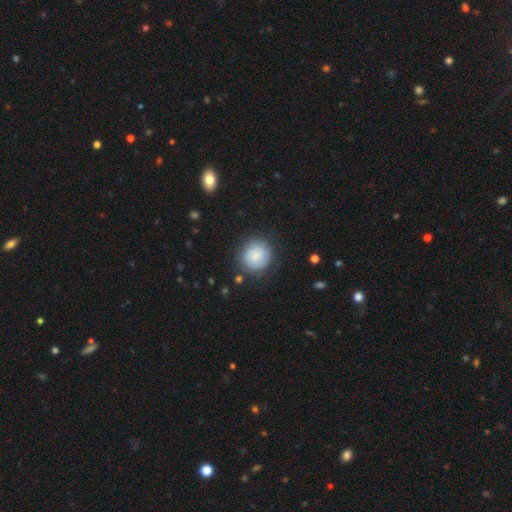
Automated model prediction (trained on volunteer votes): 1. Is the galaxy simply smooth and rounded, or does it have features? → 82% smooth, 11% featured or disk, 7% star or artifact.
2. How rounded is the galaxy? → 90% round, 9% in between, 1% cigar-shaped.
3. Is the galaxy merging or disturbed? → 81% none, 13% minor disturbance, 5% major disturbance, 2% merger.